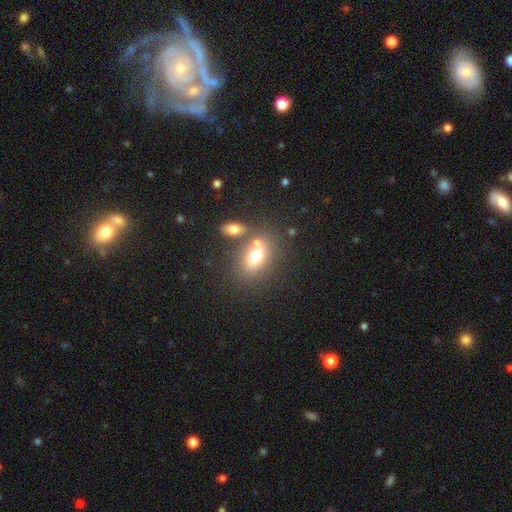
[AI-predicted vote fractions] Smooth or featured? Predicted: smooth (p=0.70). How rounded? Predicted: in between (p=0.76). Merging? Predicted: none (p=0.55).